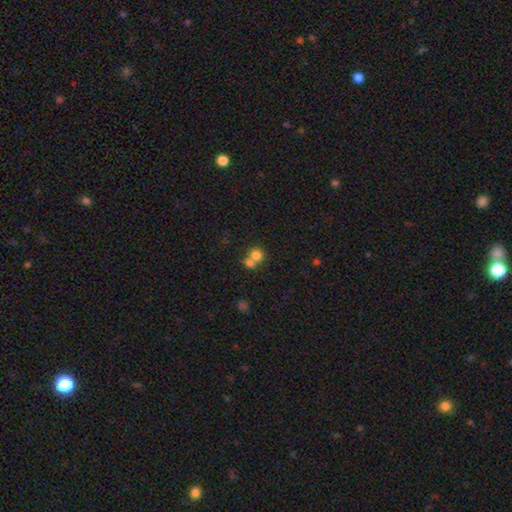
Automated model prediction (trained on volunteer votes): A smooth galaxy with no disk features (77%) that is round (84%).

Vote fractions:
- Smooth or featured? smooth: 77% / star or artifact: 12% / featured or disk: 11%
- How rounded? round: 84% / in between: 15% / cigar-shaped: 1%
- Merging? merger: 56% / none: 37% / minor disturbance: 5% / major disturbance: 3%